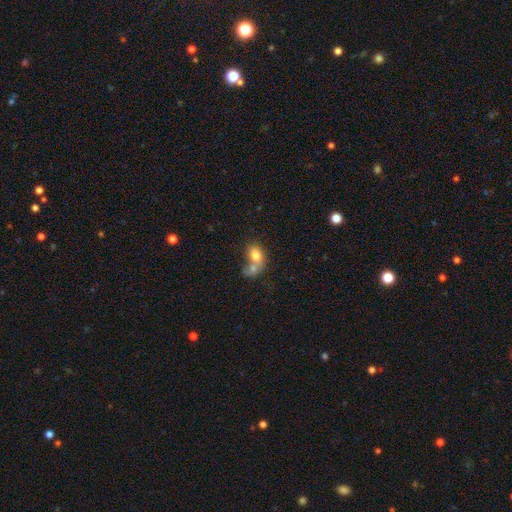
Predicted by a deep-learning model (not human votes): Overall: smooth (73%). How rounded: in between (65%; round 33%). Merging: merger (68%).